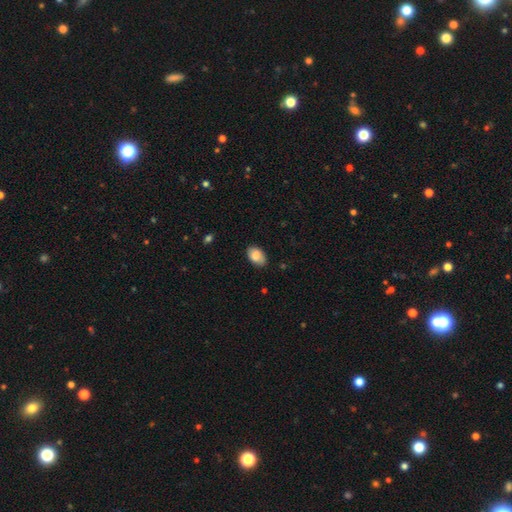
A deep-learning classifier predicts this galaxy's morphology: Smooth or featured? Predicted: smooth (p=0.86). How rounded? Predicted: in between (p=0.91). Merging? Predicted: none (p=0.81).